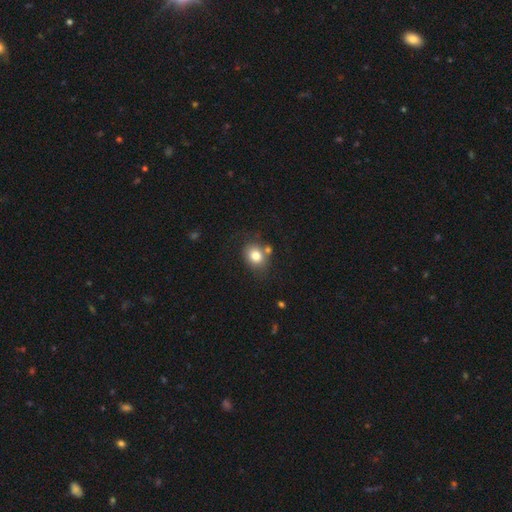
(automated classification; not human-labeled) The model was most divided on "how rounded": round: 52%, in between: 47%, cigar-shaped: 1%. More confident: smooth or featured — smooth (80%); merging — none (67%).